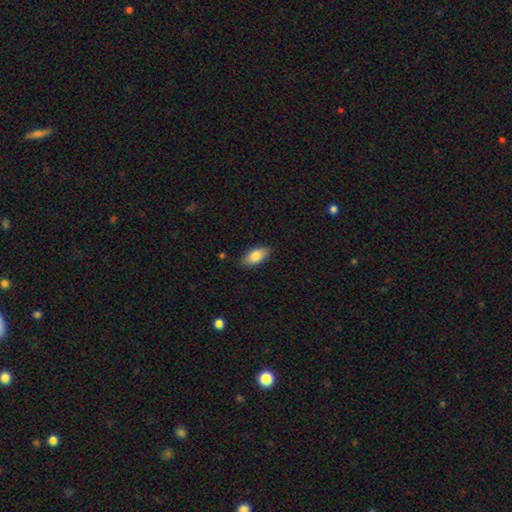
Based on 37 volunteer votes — Overall: smooth (84%). How rounded: in between (90%). Merging: none (97%).